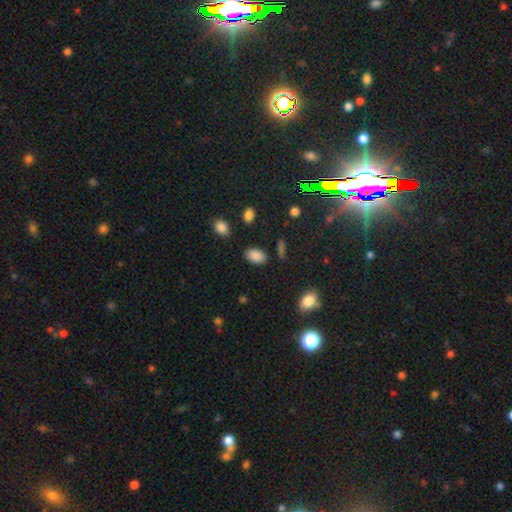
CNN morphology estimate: The model was most divided on "merging": none: 84%, minor disturbance: 10%, major disturbance: 3%, merger: 3%. More confident: how rounded — in between (90%); smooth or featured — smooth (87%).